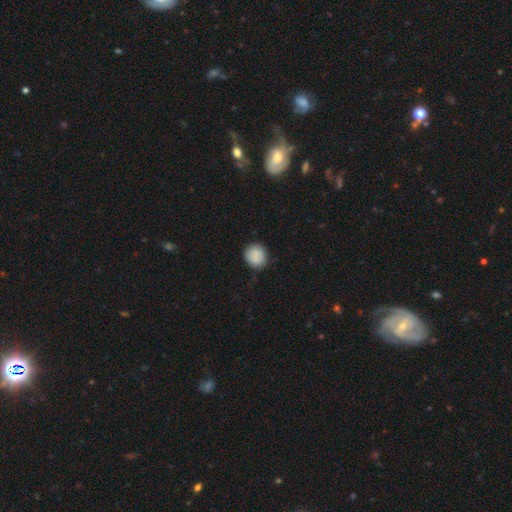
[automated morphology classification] type=smooth (87%); roundness=round (85%); merging=none (80%).